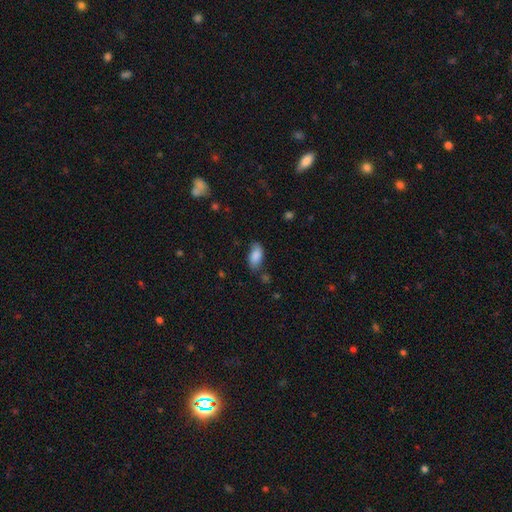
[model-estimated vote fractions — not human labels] Q: Smooth or featured?
A: smooth (85%); runner-up: featured or disk (8%)
Q: How rounded?
A: in between (92%); runner-up: cigar-shaped (4%)
Q: Merging?
A: none (68%); runner-up: minor disturbance (23%)